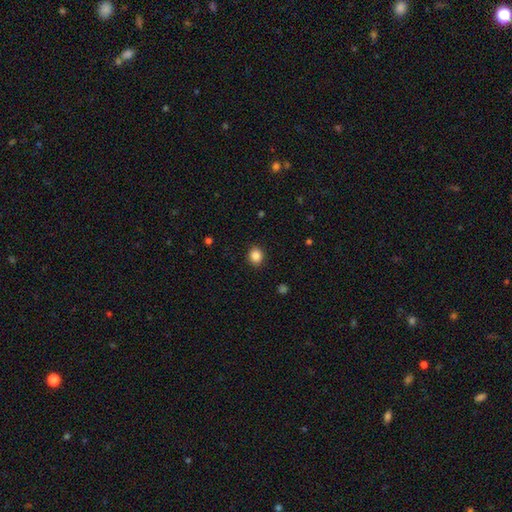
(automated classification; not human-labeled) Smooth or featured? smooth (86%)
How rounded? round (80%)
Merging? none (91%)